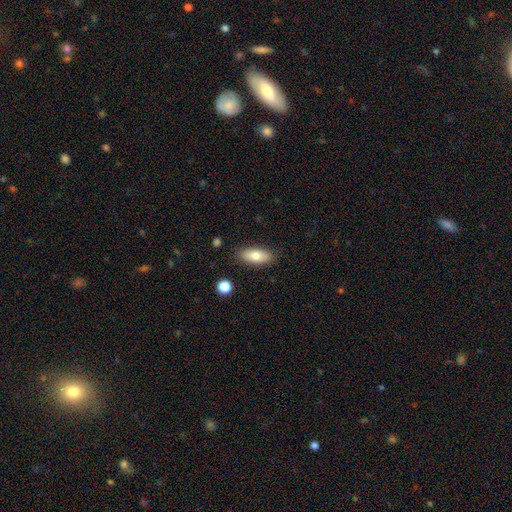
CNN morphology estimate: smooth 76%, featured or disk 17%, star or artifact 7%. Down the decision tree: how rounded — in between (84%); merging — none (85%).